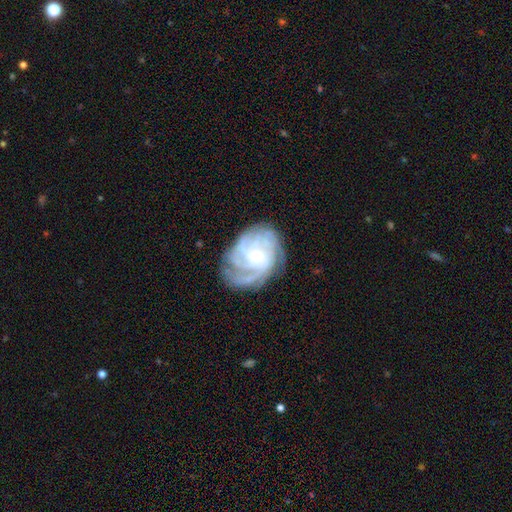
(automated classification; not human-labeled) featured or disk 82%, smooth 11%, star or artifact 7%. Down the decision tree: edge-on disk — no (97%); bar — no (63%); spiral arms — yes (94%); spiral arm count — can't tell (35%); spiral winding — tight (57%); bulge size — small (69%); merging — none (68%).